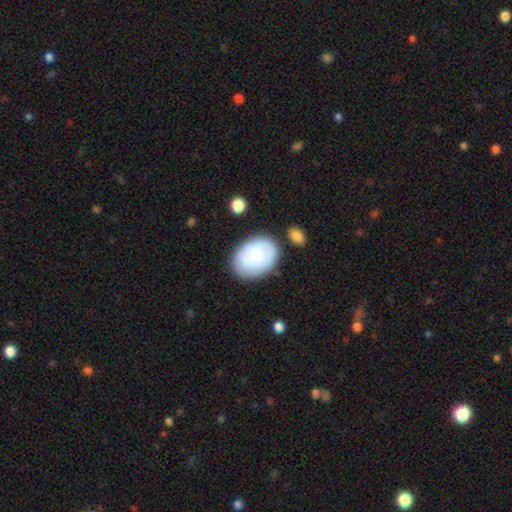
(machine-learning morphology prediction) Smooth or featured? smooth (69%)
How rounded? in between (69%)
Merging? none (72%)